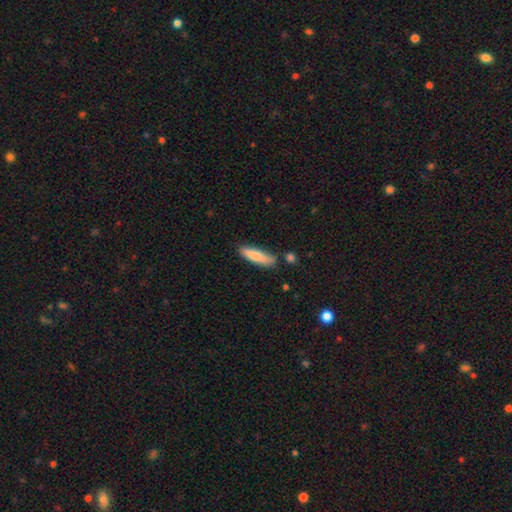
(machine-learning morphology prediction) smooth-or-featured: smooth: 82% | featured or disk: 13% | star or artifact: 6%
  how-rounded: cigar-shaped: 61% | in between: 37% | round: 2%
  merging: none: 71% | minor disturbance: 20% | merger: 5% | major disturbance: 4%